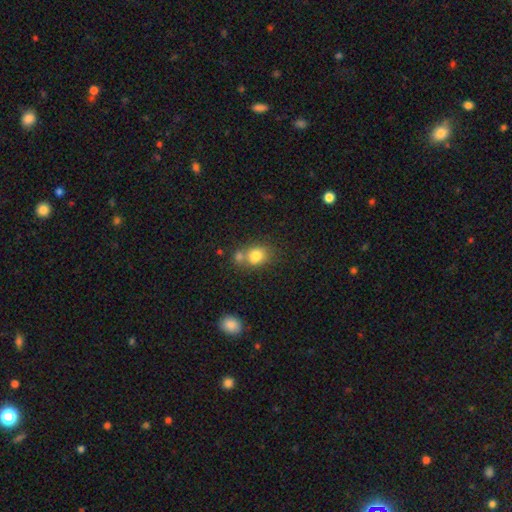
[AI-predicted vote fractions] A smooth galaxy with no disk features (79%) that is round (59%).

Vote fractions:
- Smooth or featured? smooth: 79% / star or artifact: 11% / featured or disk: 10%
- How rounded? round: 59% / in between: 40% / cigar-shaped: 1%
- Merging? none: 46% / merger: 36% / minor disturbance: 13% / major disturbance: 5%